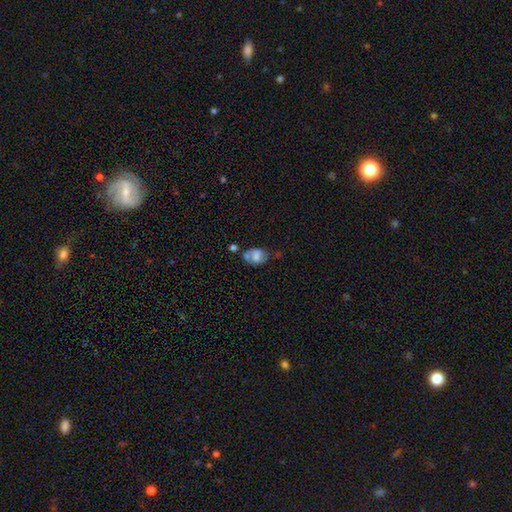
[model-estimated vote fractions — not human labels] smooth-or-featured: smooth: 53% | featured or disk: 38% | star or artifact: 9%
  how-rounded: in between: 77% | round: 22% | cigar-shaped: 2%
  merging: none: 43% | minor disturbance: 25% | merger: 21% | major disturbance: 11%